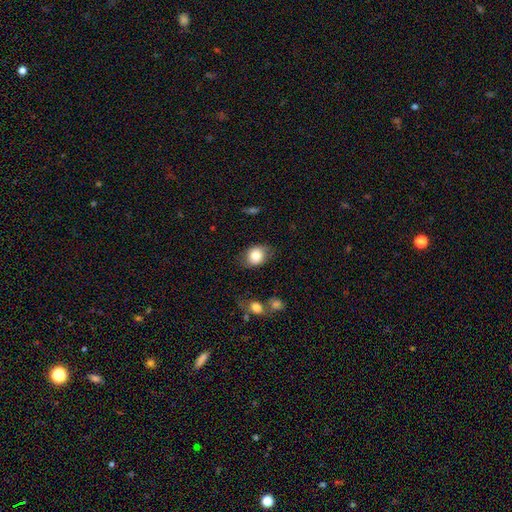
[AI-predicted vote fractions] smooth-or-featured: smooth: 81% | featured or disk: 11% | star or artifact: 8%
  how-rounded: in between: 50% | round: 49% | cigar-shaped: 1%
  merging: none: 72% | minor disturbance: 20% | major disturbance: 6% | merger: 2%